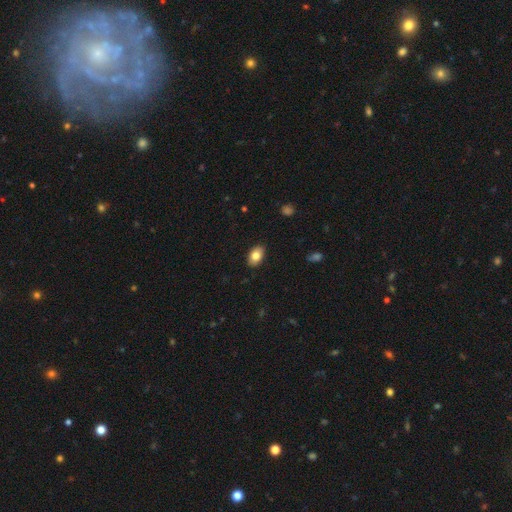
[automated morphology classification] This is clearly a smooth galaxy (81%). How rounded: clearly in between (90%). Merging: clearly none (89%).